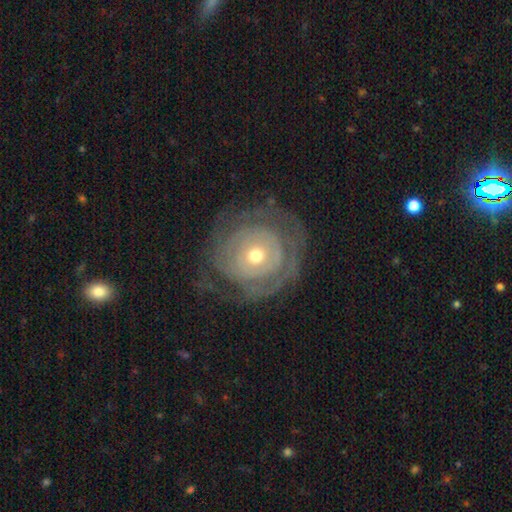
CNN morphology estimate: featured or disk 70%, smooth 24%, star or artifact 7%. Down the decision tree: edge-on disk — no (96%); bar — no (85%); spiral arms — yes (60%); bulge size — moderate (49%); merging — none (65%).